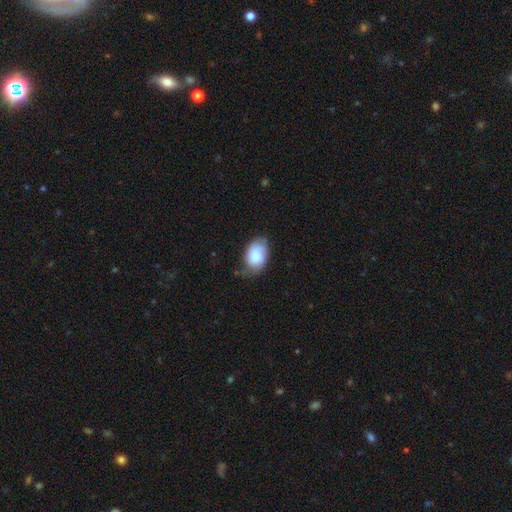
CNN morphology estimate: This is likely a smooth galaxy (73%). How rounded: clearly in between (85%). Merging: possibly none (49%).